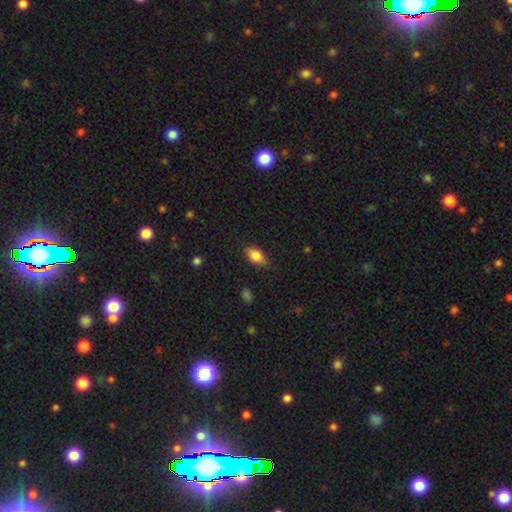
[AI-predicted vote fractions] Smooth or featured: smooth — 78% (featured or disk — 14%)
How rounded: in between — 85% (round — 9%)
Merging: none — 79% (minor disturbance — 17%)